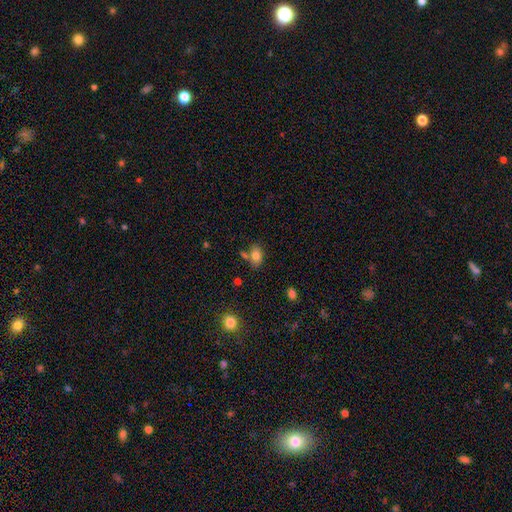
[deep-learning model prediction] This is likely a smooth galaxy (79%). How rounded: clearly in between (80%). Merging: likely none (64%).